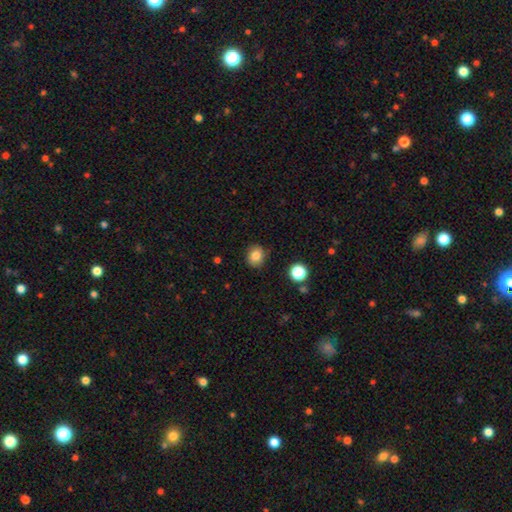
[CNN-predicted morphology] The model was most divided on "how rounded": round: 77%, in between: 22%, cigar-shaped: 1%. More confident: merging — none (88%); smooth or featured — smooth (82%).